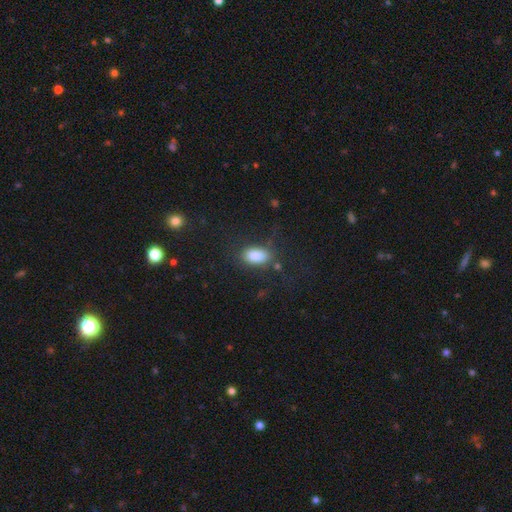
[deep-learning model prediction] A smooth galaxy with no disk features (86%) that is in between round and cigar-shaped (91%). Merging: none (72%).